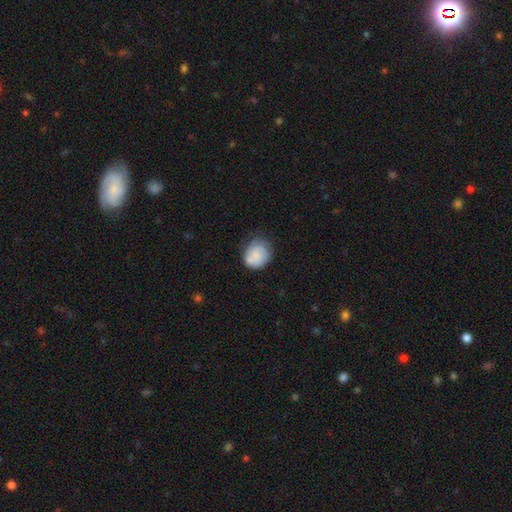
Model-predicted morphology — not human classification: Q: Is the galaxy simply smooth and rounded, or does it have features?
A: smooth — 60%.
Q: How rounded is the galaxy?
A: round — 67%.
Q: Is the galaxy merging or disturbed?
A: none — 60%.